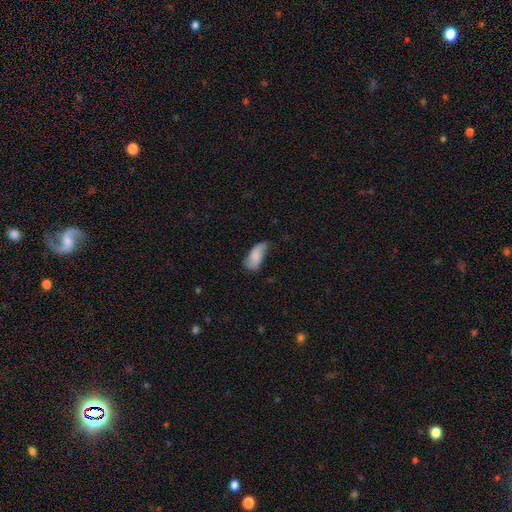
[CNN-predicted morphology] type=smooth (71%); roundness=in between (88%); merging=minor disturbance (40%).